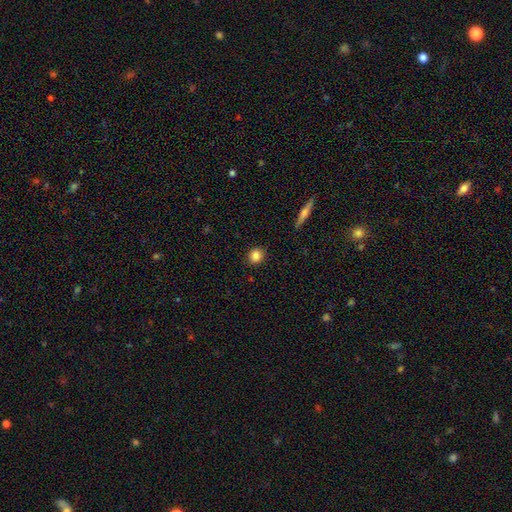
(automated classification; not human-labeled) Q: Smooth or featured?
A: smooth (84%); runner-up: star or artifact (10%)
Q: How rounded?
A: round (83%); runner-up: in between (15%)
Q: Merging?
A: none (90%); runner-up: minor disturbance (7%)